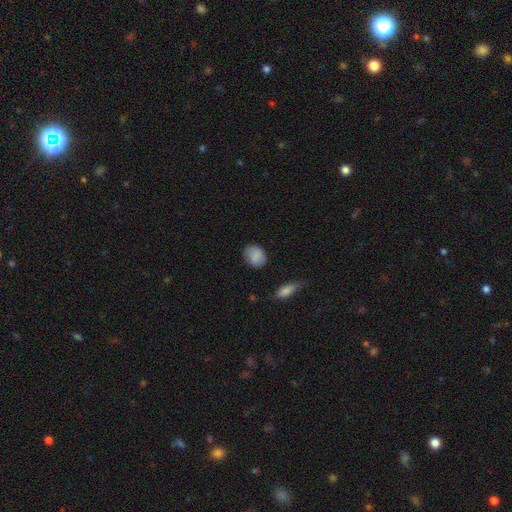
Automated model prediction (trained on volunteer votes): smooth_or_featured: smooth (p=0.86) [alt: star or artifact p=0.08]
how_rounded: round (p=0.52) [alt: in between p=0.47]
merging: none (p=0.80) [alt: minor disturbance p=0.15]